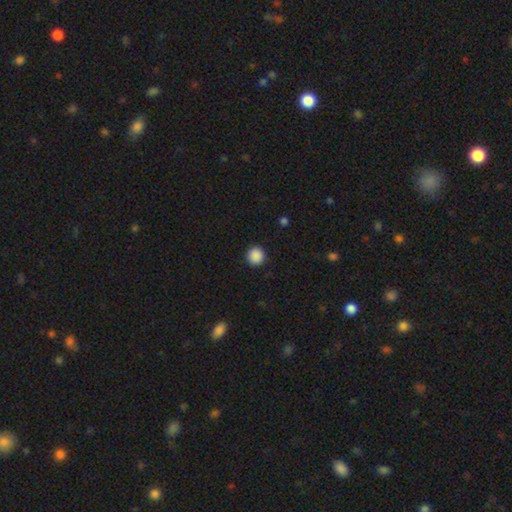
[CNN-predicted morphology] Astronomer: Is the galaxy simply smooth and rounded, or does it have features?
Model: smooth — 89%.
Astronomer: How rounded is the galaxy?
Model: round — 95%.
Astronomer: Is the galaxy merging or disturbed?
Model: none — 92%.